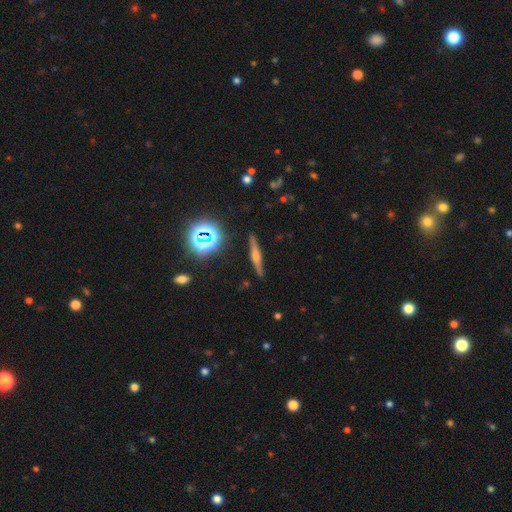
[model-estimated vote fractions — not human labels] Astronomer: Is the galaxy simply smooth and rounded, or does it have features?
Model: featured or disk — 61%.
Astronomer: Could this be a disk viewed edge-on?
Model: yes — 96%.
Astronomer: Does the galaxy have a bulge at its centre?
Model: rounded — 80%.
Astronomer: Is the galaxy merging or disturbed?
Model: none — 89%.